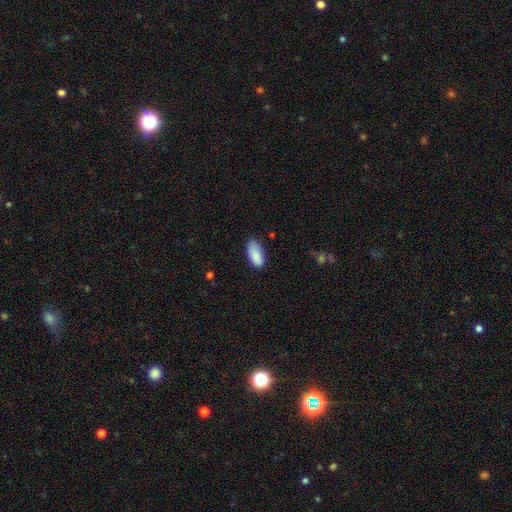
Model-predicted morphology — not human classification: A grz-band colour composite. It shows a smooth galaxy with no disk features (84%) that is in between round and cigar-shaped (91%). Merging: none (64%).